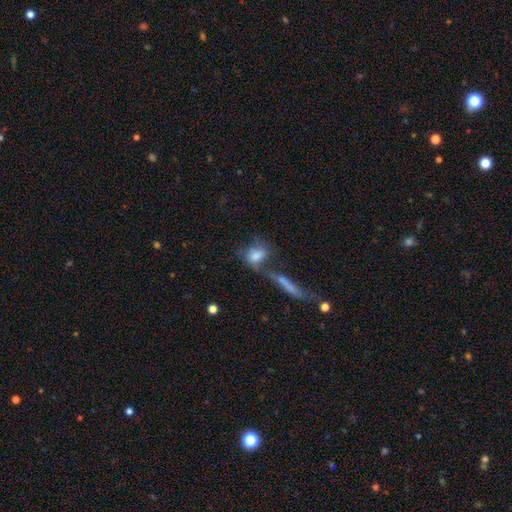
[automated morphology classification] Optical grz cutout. It shows a smooth galaxy with no disk features (63%) that is in between round and cigar-shaped (60%). Merging: merger (44%).